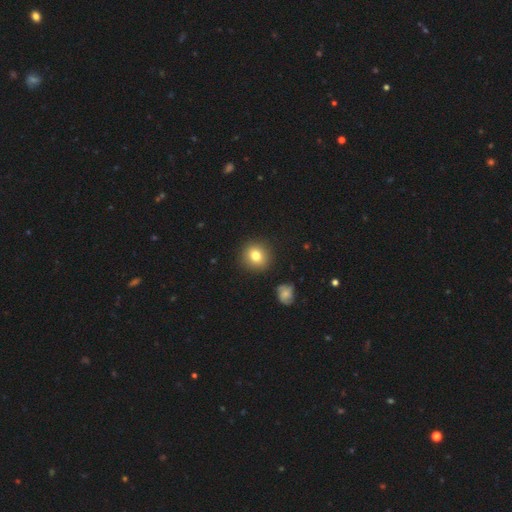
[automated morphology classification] A smooth galaxy with no disk features (80%) that is round (89%).

Vote fractions:
- Smooth or featured? smooth: 80% / star or artifact: 11% / featured or disk: 9%
- How rounded? round: 89% / in between: 10% / cigar-shaped: 1%
- Merging? none: 90% / minor disturbance: 6% / major disturbance: 2% / merger: 2%